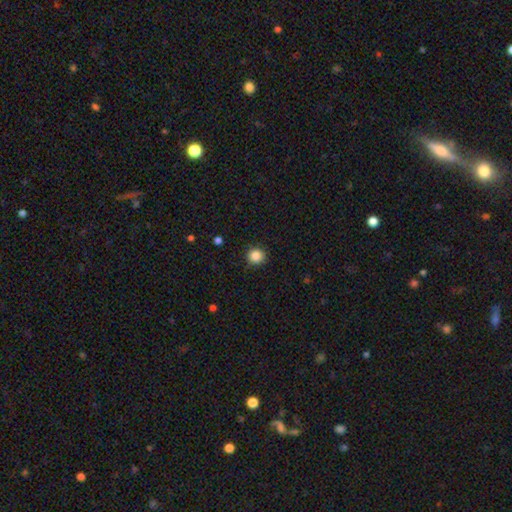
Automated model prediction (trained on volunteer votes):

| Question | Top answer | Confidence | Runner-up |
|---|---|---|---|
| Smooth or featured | smooth | 86% | star or artifact (10%) |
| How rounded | round | 92% | in between (7%) |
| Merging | none | 89% | minor disturbance (8%) |